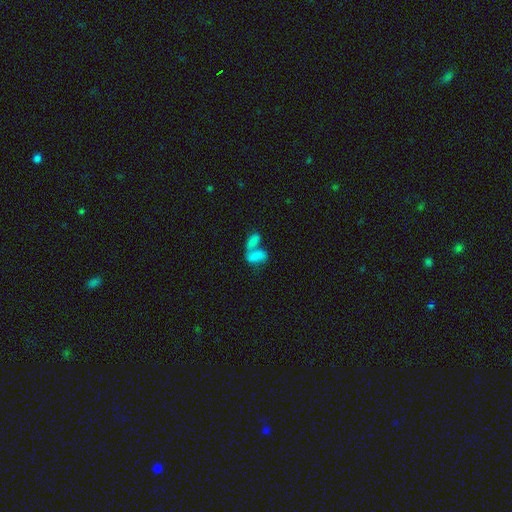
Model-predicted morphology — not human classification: smooth-or-featured: smooth: 68% | featured or disk: 21% | star or artifact: 11%
  how-rounded: in between: 86% | cigar-shaped: 7% | round: 6%
  merging: merger: 70% | none: 16% | minor disturbance: 7% | major disturbance: 7%